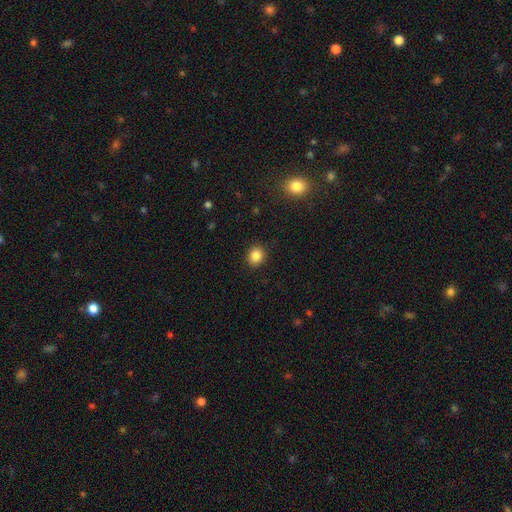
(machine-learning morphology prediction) Smooth or featured? smooth (85%)
How rounded? round (73%)
Merging? none (91%)